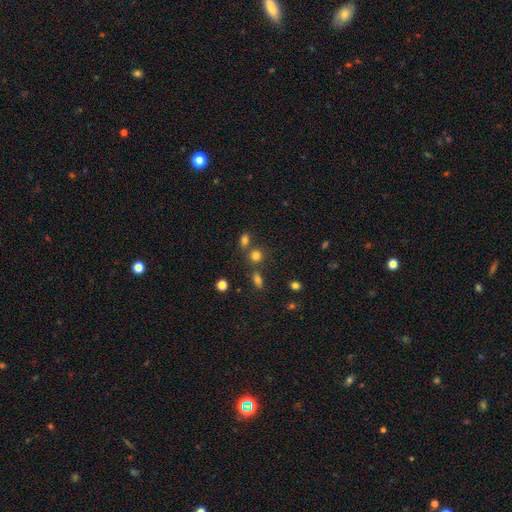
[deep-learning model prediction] smooth_or_featured: smooth (p=0.76) [alt: star or artifact p=0.17]
how_rounded: round (p=0.75) [alt: in between p=0.24]
merging: none (p=0.65) [alt: merger p=0.21]